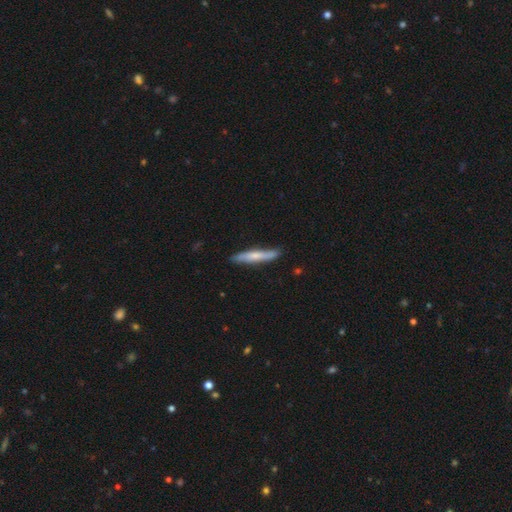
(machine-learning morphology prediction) Q: Smooth or featured?
A: smooth (58%); runner-up: featured or disk (36%)
Q: How rounded?
A: cigar-shaped (92%); runner-up: in between (6%)
Q: Merging?
A: none (83%); runner-up: minor disturbance (13%)